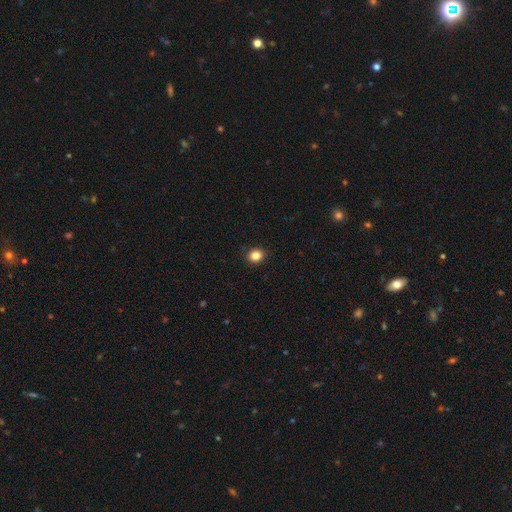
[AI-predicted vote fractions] A smooth galaxy with no disk features (85%) that is round (75%). Merging: none (91%).